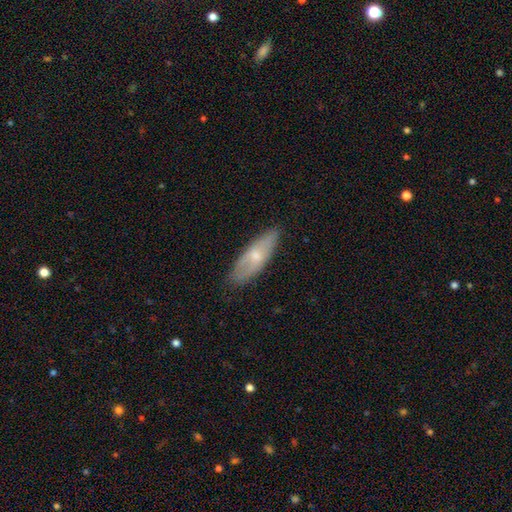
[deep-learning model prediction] Morphology: type=smooth (54%); roundness=in between (60%); merging=none (79%).